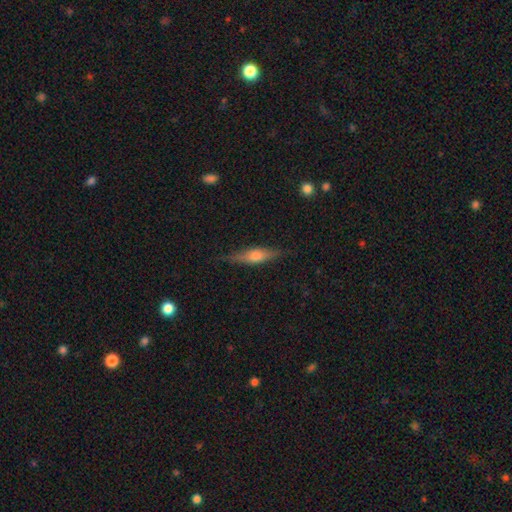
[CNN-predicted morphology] A featured or disk galaxy (56%) viewed edge-on (95%) with a rounded central bulge (87%).

Vote fractions:
- Smooth or featured? featured or disk: 56% / smooth: 37% / star or artifact: 7%
- Edge-on disk? yes: 95% / no: 5%
- Edge-on bulge? rounded: 87% / boxy: 9% / none: 4%
- Merging? none: 82% / minor disturbance: 14% / major disturbance: 3% / merger: 1%